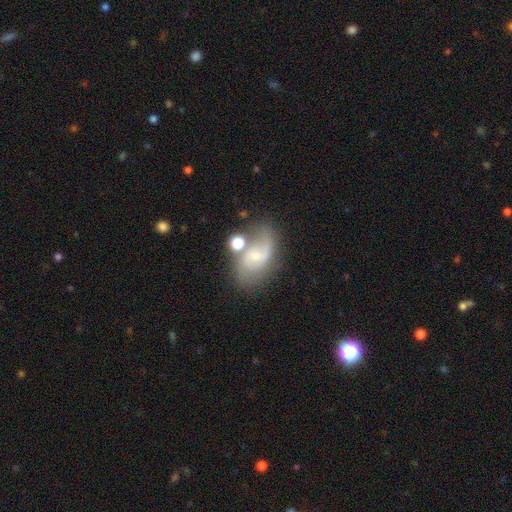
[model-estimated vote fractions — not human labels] This appears to be a featured or disk galaxy (68%) with no bar (49%), 2 (80%) loose (51%) spiral arms (89%) and a small central bulge (66%). Merging: none (53%).